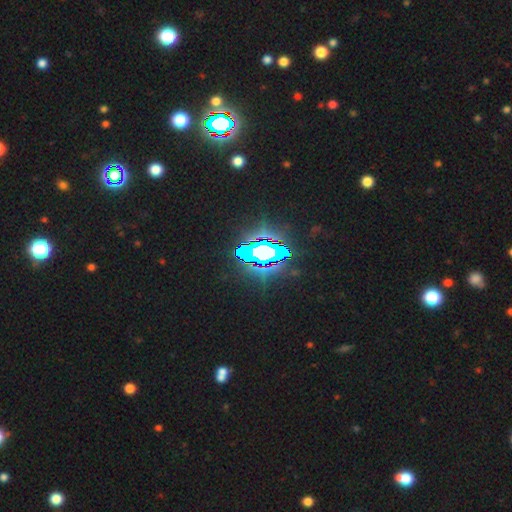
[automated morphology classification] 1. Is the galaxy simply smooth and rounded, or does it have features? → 65% star or artifact, 18% featured or disk, 17% smooth.